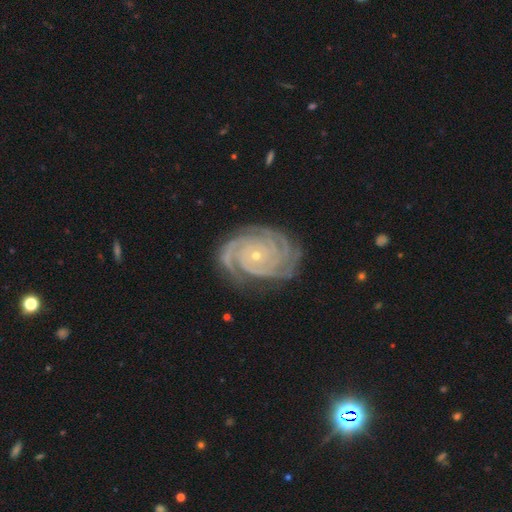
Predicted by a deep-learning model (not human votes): A featured or disk galaxy (92%) with no bar (79%), 3 (27%) tight (84%) spiral arms (99%) and a small central bulge (82%).

Vote fractions:
- Smooth or featured? featured or disk: 92% / star or artifact: 5% / smooth: 3%
- Edge-on disk? no: 98% / yes: 2%
- Bar? no: 79% / weak: 14% / strong: 7%
- Spiral arms? yes: 99% / no: 1%
- Spiral winding? tight: 84% / medium: 14% / loose: 2%
- Spiral arm count? 3: 27% / 4: 24% / 2: 17% / can't tell: 12% / more than 4: 11% / 1: 8%
- Bulge size? small: 82% / moderate: 15% / none: 1% / large: 1% / dominant: 1%
- Merging? none: 79% / minor disturbance: 15% / major disturbance: 4% / merger: 1%